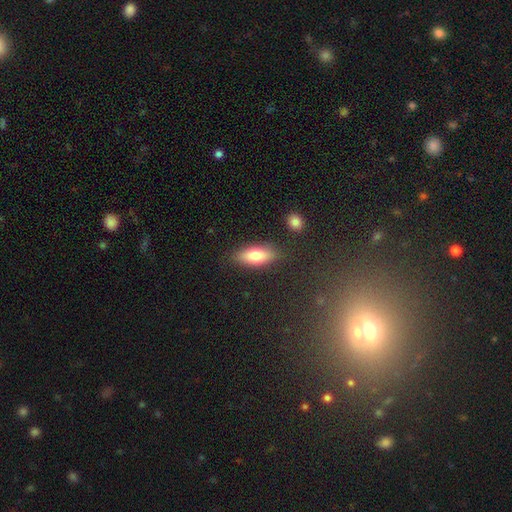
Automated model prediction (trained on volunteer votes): This is likely a smooth galaxy (76%). How rounded: likely in between (75%). Merging: clearly none (82%).